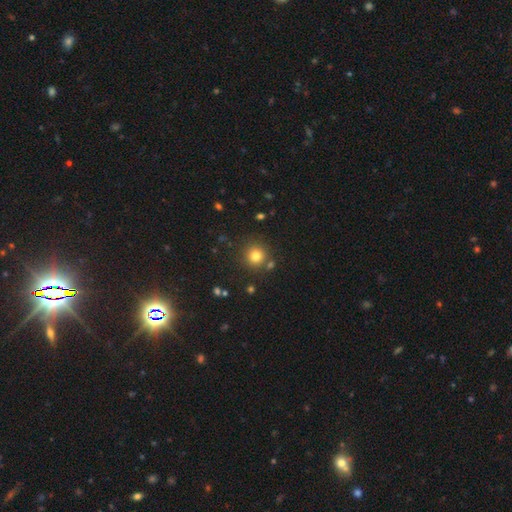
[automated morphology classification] Smooth or featured: smooth — 78% (star or artifact — 15%)
How rounded: round — 94% (in between — 5%)
Merging: none — 83% (minor disturbance — 7%)